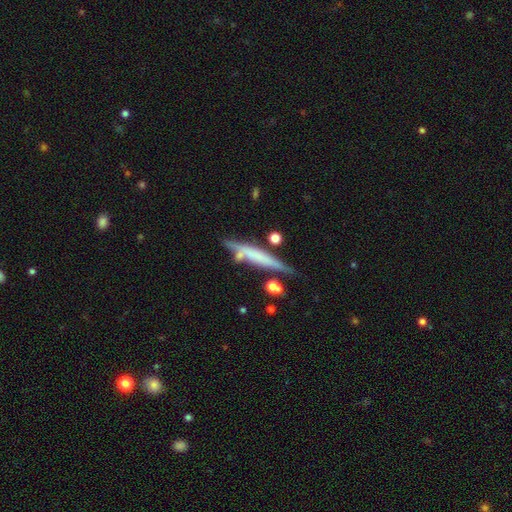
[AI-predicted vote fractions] The model was most divided on "smooth or featured": featured or disk: 49%, smooth: 43%, star or artifact: 8%. More confident: merging — none (61%).